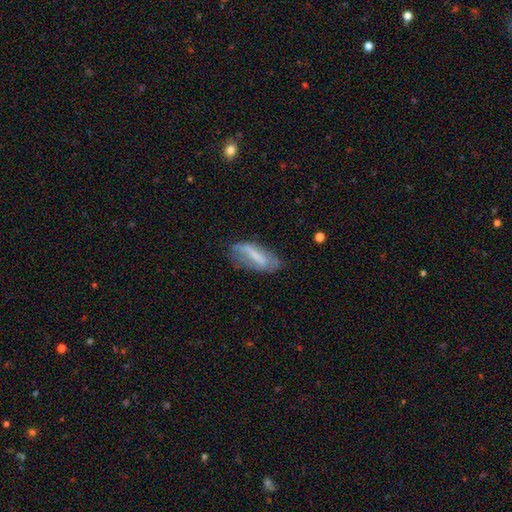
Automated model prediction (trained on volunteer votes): Smooth or featured: featured or disk — 46% (smooth — 45%)
Merging: none — 56% (minor disturbance — 28%)